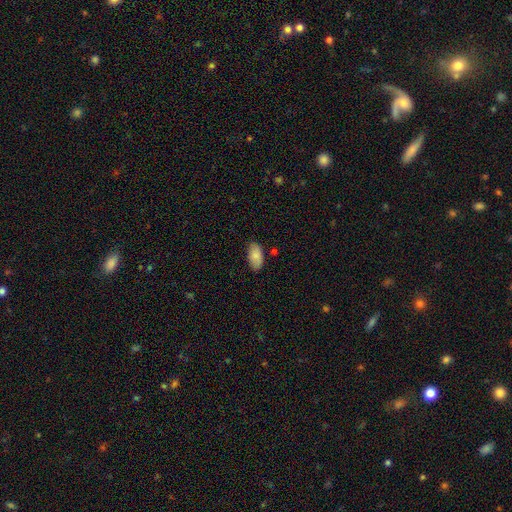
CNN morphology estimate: Smooth or featured?
  - smooth: 85% *
  - featured or disk: 8%
  - star or artifact: 7%
How rounded?
  - in between: 94% *
  - cigar-shaped: 4%
  - round: 3%
Merging?
  - none: 82% *
  - minor disturbance: 14%
  - major disturbance: 3%
  - merger: 2%